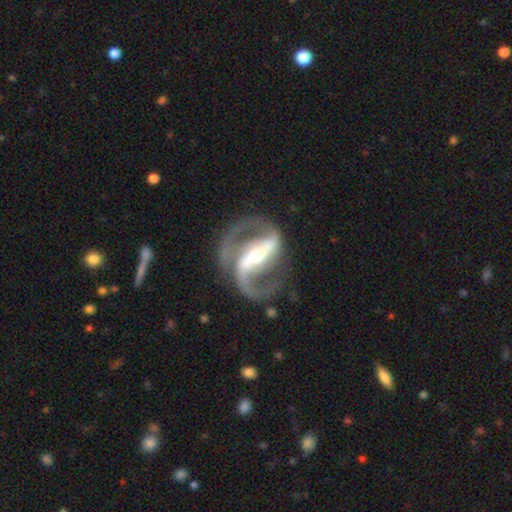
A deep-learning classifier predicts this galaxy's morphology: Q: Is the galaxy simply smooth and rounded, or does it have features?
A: featured or disk — 92%.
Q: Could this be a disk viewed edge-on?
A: no — 96%.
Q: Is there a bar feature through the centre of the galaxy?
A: strong — 74%.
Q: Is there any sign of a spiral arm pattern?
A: yes — 96%.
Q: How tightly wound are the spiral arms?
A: medium — 59%.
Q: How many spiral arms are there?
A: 2 — 93%.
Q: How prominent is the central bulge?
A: moderate — 48%.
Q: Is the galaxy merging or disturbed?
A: none — 78%.